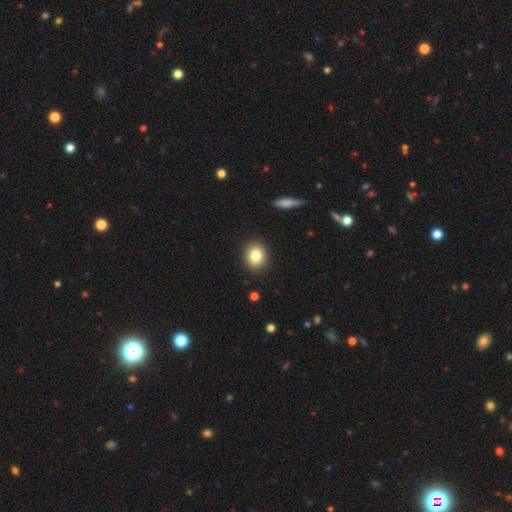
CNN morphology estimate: smooth_or_featured: smooth (p=0.83) [alt: star or artifact p=0.09]
how_rounded: round (p=0.59) [alt: in between p=0.40]
merging: none (p=0.90) [alt: minor disturbance p=0.07]